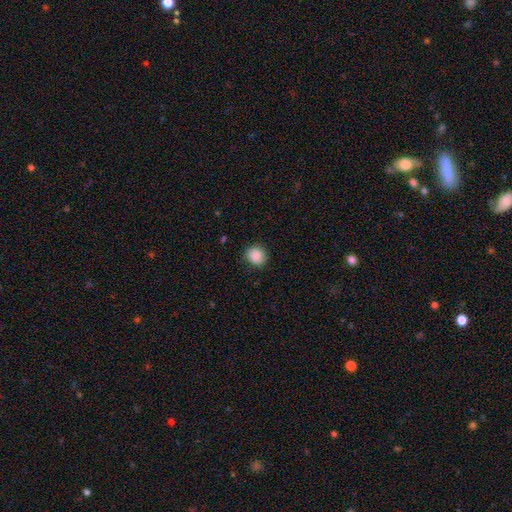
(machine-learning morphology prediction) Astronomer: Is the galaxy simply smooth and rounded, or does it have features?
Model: smooth — 88%.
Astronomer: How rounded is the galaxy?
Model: round — 80%.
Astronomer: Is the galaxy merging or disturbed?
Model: none — 86%.